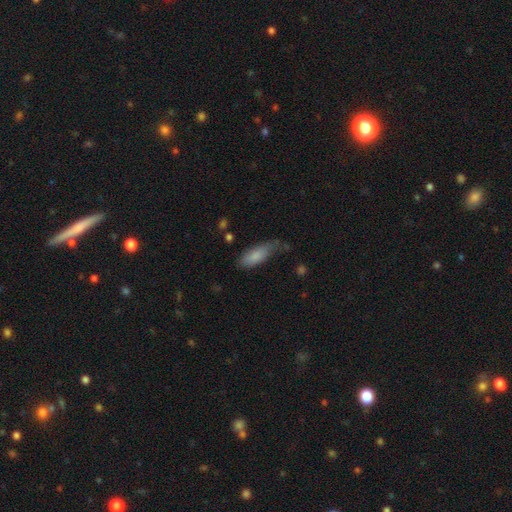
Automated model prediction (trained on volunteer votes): smooth-or-featured: smooth: 82% | featured or disk: 12% | star or artifact: 6%
  how-rounded: in between: 75% | cigar-shaped: 23% | round: 2%
  merging: none: 41% | minor disturbance: 39% | major disturbance: 16% | merger: 3%